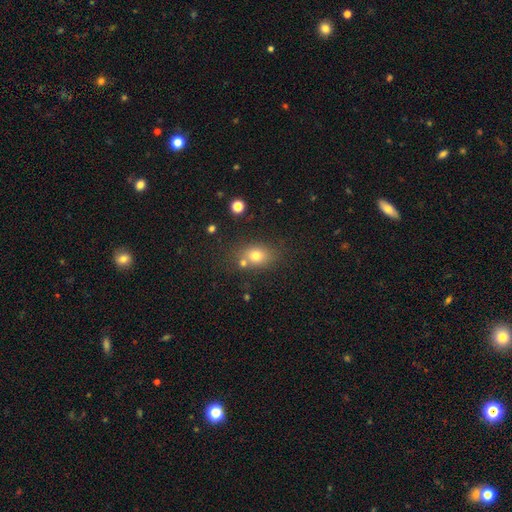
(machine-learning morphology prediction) The model was most divided on "how rounded": in between: 58%, round: 40%, cigar-shaped: 2%. More confident: smooth or featured — smooth (74%); merging — none (66%).